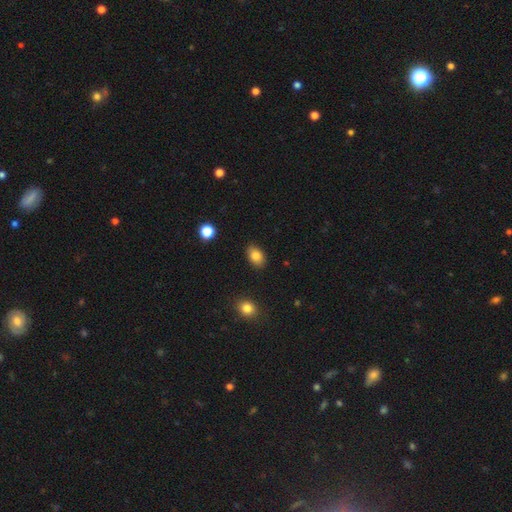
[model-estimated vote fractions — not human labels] This appears to be a smooth galaxy with no disk features (84%) that is in between round and cigar-shaped (84%). Merging: none (86%).